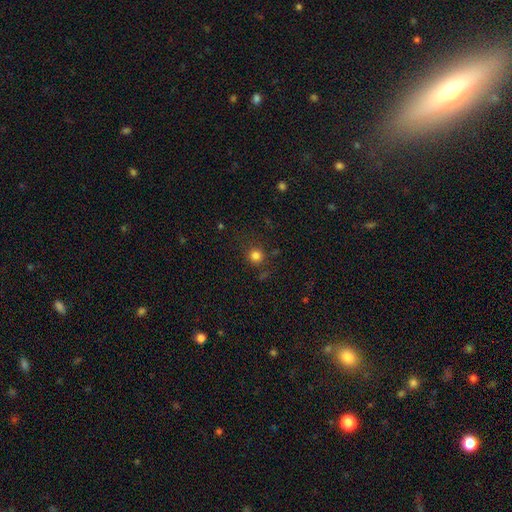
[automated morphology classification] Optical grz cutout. It shows a smooth galaxy with no disk features (80%) that is round (92%). Merging: none (83%).